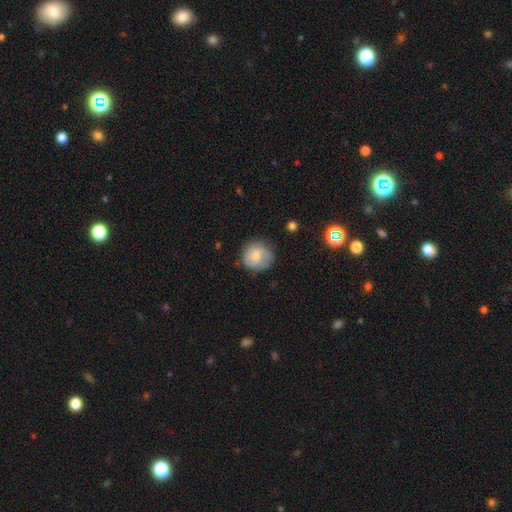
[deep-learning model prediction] smooth-or-featured: smooth: 62% | featured or disk: 31% | star or artifact: 7%
  how-rounded: round: 87% | in between: 12% | cigar-shaped: 1%
  merging: none: 73% | minor disturbance: 20% | major disturbance: 5% | merger: 2%